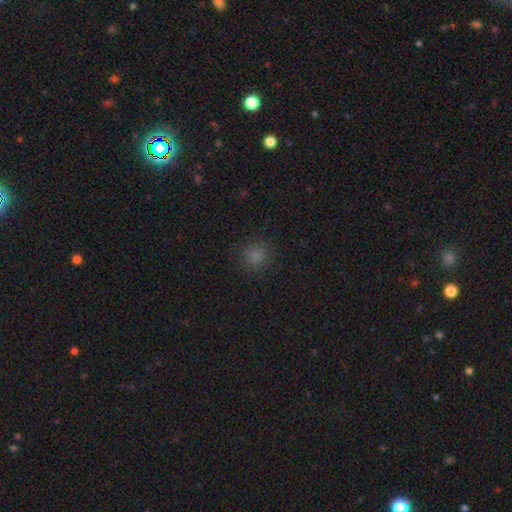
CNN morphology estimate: smooth-or-featured: smooth: 79% | star or artifact: 17% | featured or disk: 4%
  how-rounded: round: 87% | in between: 12% | cigar-shaped: 1%
  merging: none: 85% | minor disturbance: 10% | major disturbance: 4% | merger: 1%